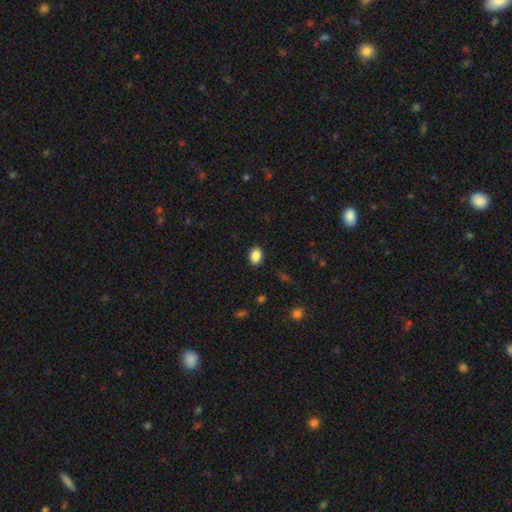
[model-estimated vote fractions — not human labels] smooth-or-featured: smooth: 87% | star or artifact: 9% | featured or disk: 4%
  how-rounded: in between: 71% | round: 28% | cigar-shaped: 1%
  merging: none: 88% | minor disturbance: 8% | major disturbance: 2% | merger: 1%